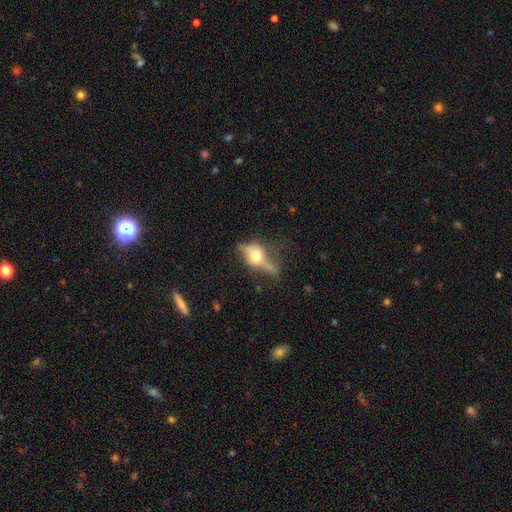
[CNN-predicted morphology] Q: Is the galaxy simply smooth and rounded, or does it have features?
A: featured or disk — 48%.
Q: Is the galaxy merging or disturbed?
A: none — 42%.